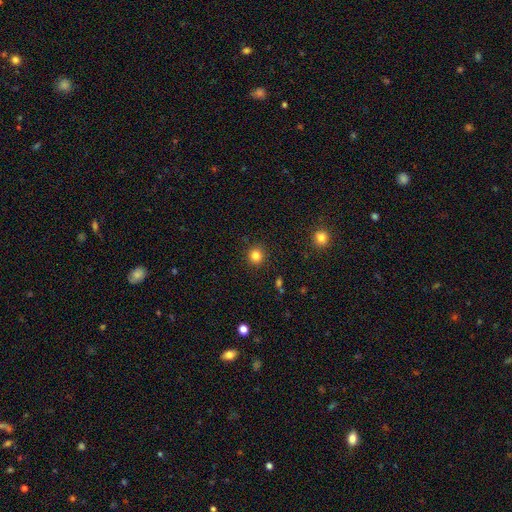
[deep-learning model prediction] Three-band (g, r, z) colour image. It shows a smooth galaxy with no disk features (83%) that is round (92%). Merging: none (91%).